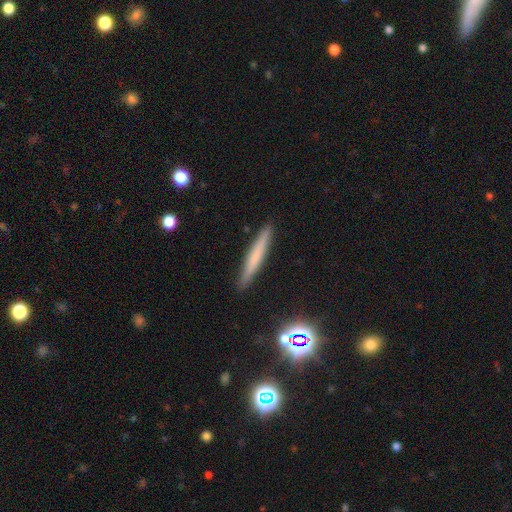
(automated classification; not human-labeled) Q: Smooth or featured?
A: smooth (60%); runner-up: featured or disk (29%)
Q: How rounded?
A: cigar-shaped (95%); runner-up: in between (3%)
Q: Merging?
A: none (90%); runner-up: minor disturbance (7%)